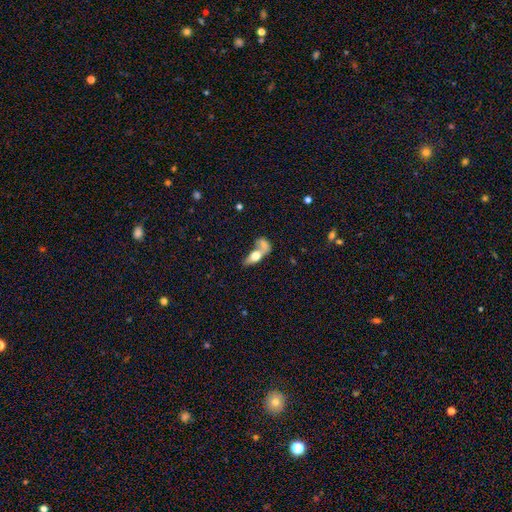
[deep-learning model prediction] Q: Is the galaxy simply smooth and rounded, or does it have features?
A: smooth — 60%.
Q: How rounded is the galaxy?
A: in between — 71%.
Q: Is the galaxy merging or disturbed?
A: merger — 67%.